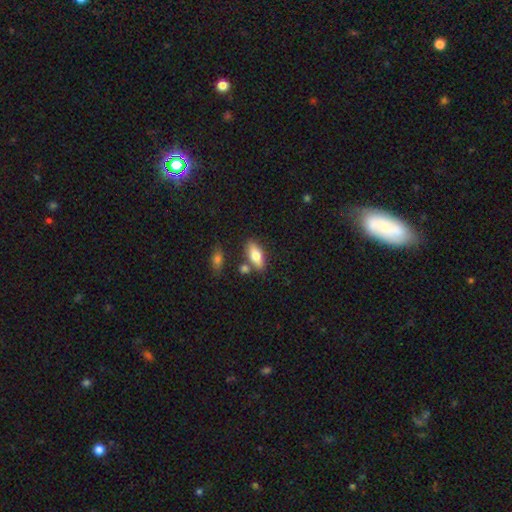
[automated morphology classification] A smooth galaxy with no disk features (71%) that is in between round and cigar-shaped (75%).

Vote fractions:
- Smooth or featured? smooth: 71% / featured or disk: 22% / star or artifact: 6%
- How rounded? in between: 75% / cigar-shaped: 21% / round: 4%
- Merging? none: 74% / minor disturbance: 12% / merger: 11% / major disturbance: 3%